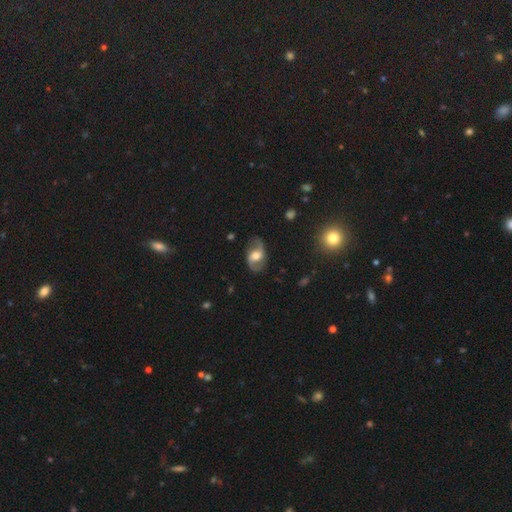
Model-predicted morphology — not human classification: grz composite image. It shows a featured or disk galaxy (77%) with a weak bar (45%), 2 (91%) loose (52%) spiral arms (92%) and a moderate central bulge (64%). Merging: none (77%).